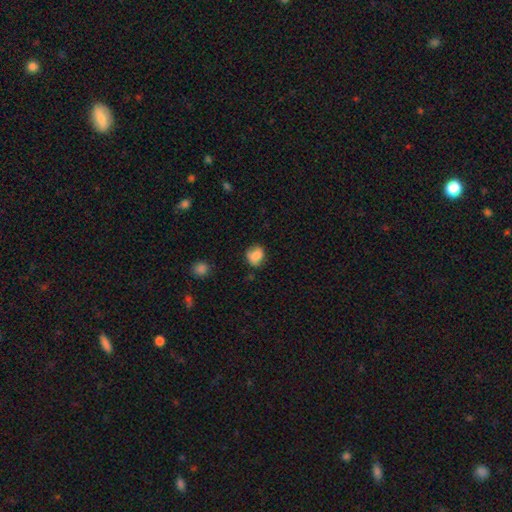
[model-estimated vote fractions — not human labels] The model was most divided on "how rounded": round: 53%, in between: 46%, cigar-shaped: 1%. More confident: smooth or featured — smooth (81%); merging — none (61%).